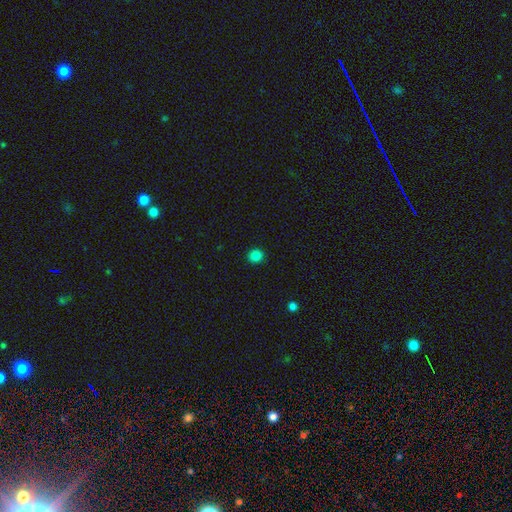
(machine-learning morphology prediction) Smooth or featured? Predicted: smooth (p=0.84). How rounded? Predicted: round (p=0.91). Merging? Predicted: none (p=0.92).